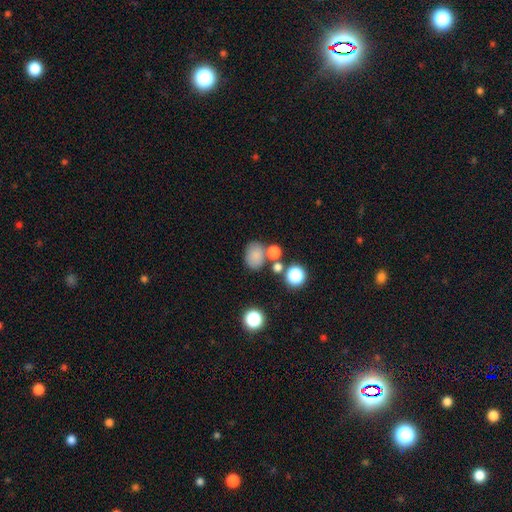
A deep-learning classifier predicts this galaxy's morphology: smooth-or-featured: smooth: 78% | star or artifact: 13% | featured or disk: 8%
  how-rounded: in between: 62% | round: 36% | cigar-shaped: 1%
  merging: none: 64% | merger: 17% | minor disturbance: 14% | major disturbance: 5%